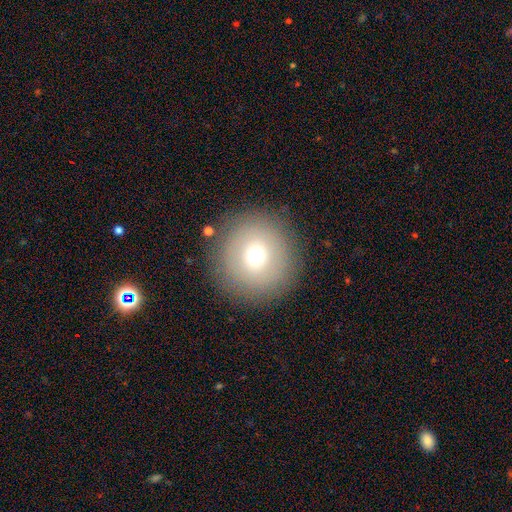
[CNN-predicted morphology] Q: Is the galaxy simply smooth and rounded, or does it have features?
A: smooth — 70%.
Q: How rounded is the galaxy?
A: round — 95%.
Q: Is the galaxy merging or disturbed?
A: none — 88%.